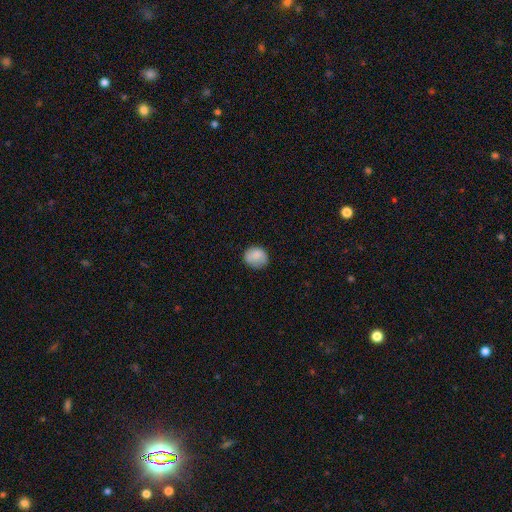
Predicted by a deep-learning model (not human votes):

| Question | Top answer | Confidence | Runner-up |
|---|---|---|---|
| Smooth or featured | smooth | 83% | featured or disk (9%) |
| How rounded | round | 73% | in between (26%) |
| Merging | none | 73% | minor disturbance (20%) |